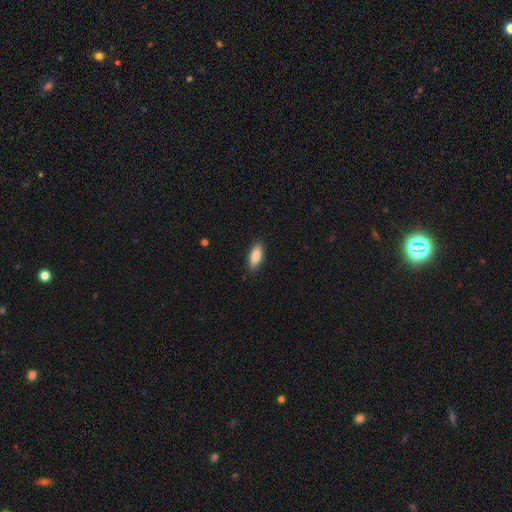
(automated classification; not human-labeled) The model was most divided on "how rounded": in between: 81%, cigar-shaped: 17%, round: 2%. More confident: merging — none (88%); smooth or featured — smooth (86%).